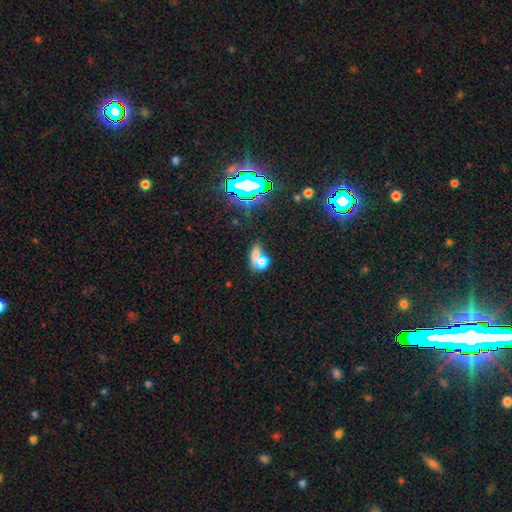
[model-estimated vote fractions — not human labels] Smooth or featured: smooth — 64% (featured or disk — 21%)
How rounded: in between — 50% (round — 48%)
Merging: merger — 62% (none — 21%)